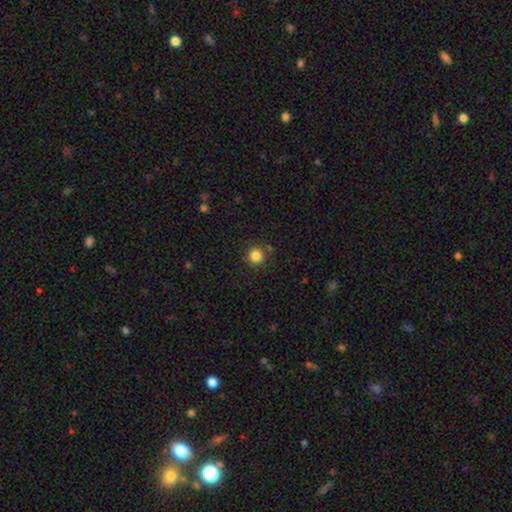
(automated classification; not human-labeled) smooth 84%, star or artifact 12%, featured or disk 4%. Down the decision tree: how rounded — round (94%); merging — none (87%).